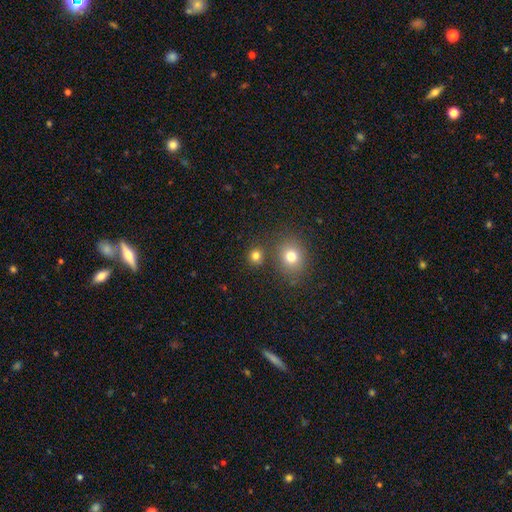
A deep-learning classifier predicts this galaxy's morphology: This appears to be a smooth galaxy with no disk features (79%) that is round (84%). Merging: none (77%).